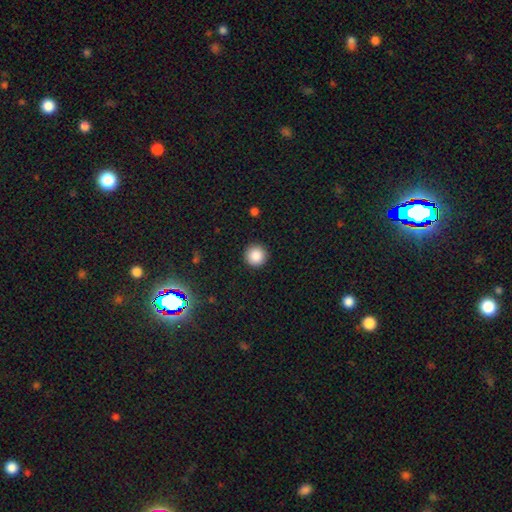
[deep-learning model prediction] smooth_or_featured: smooth (p=0.87) [alt: star or artifact p=0.10]
how_rounded: round (p=0.96) [alt: in between p=0.03]
merging: none (p=0.93) [alt: minor disturbance p=0.05]